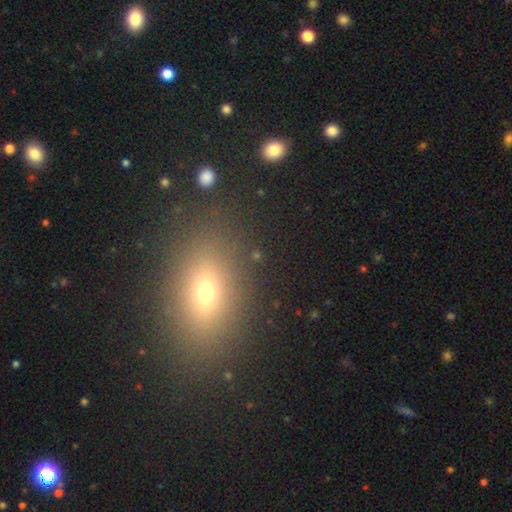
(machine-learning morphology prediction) Q: Smooth or featured?
A: smooth (62%); runner-up: star or artifact (24%)
Q: How rounded?
A: in between (60%); runner-up: round (34%)
Q: Merging?
A: none (80%); runner-up: minor disturbance (10%)